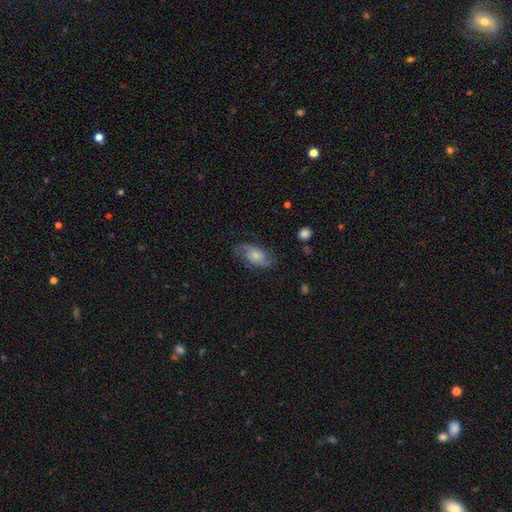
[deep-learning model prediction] smooth_or_featured: featured or disk (p=0.62) [alt: smooth p=0.30]
disk_edge_on: no (p=0.95) [alt: yes p=0.05]
bar: no (p=0.69) [alt: weak p=0.26]
has_spiral_arms: yes (p=0.91) [alt: no p=0.09]
spiral_winding: medium (p=0.48) [alt: tight p=0.27]
spiral_arm_count: 2 (p=0.83) [alt: can't tell p=0.09]
bulge_size: small (p=0.46) [alt: moderate p=0.31]
merging: none (p=0.71) [alt: minor disturbance p=0.18]